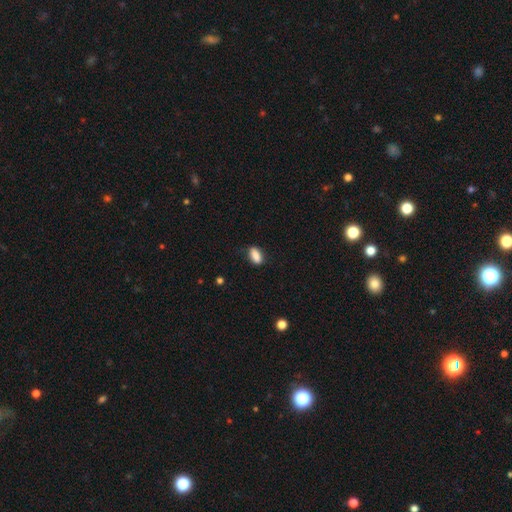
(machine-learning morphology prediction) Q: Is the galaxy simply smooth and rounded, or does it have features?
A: smooth — 87%.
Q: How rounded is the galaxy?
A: in between — 86%.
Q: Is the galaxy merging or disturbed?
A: none — 78%.